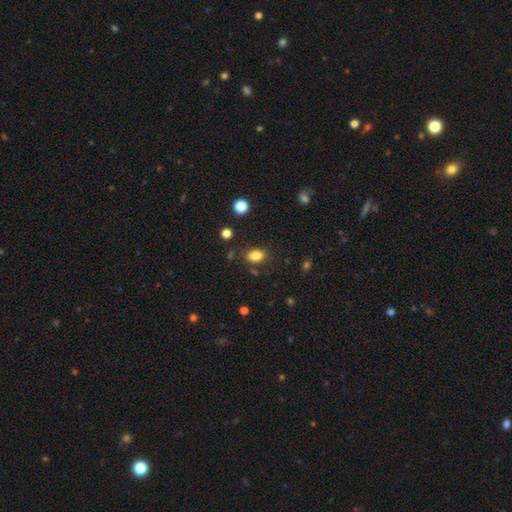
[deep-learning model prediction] This appears to be a smooth galaxy with no disk features (84%) that is in between round and cigar-shaped (74%). Merging: none (81%).